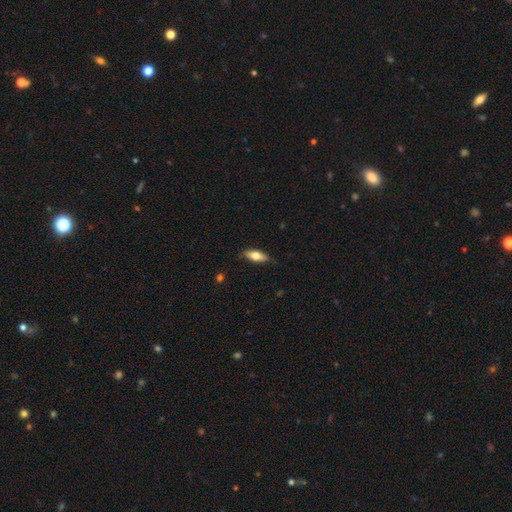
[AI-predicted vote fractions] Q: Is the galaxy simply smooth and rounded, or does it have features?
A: smooth — 68%.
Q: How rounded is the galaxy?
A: in between — 70%.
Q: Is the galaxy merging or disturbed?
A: none — 79%.